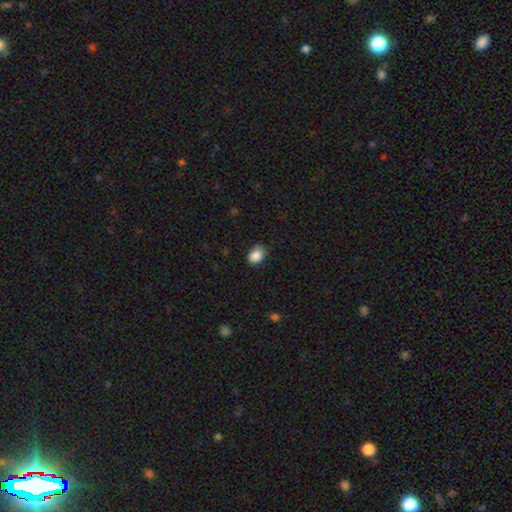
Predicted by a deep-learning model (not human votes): The model was most divided on "how rounded": in between: 65%, round: 34%, cigar-shaped: 1%. More confident: smooth or featured — smooth (87%); merging — none (70%).